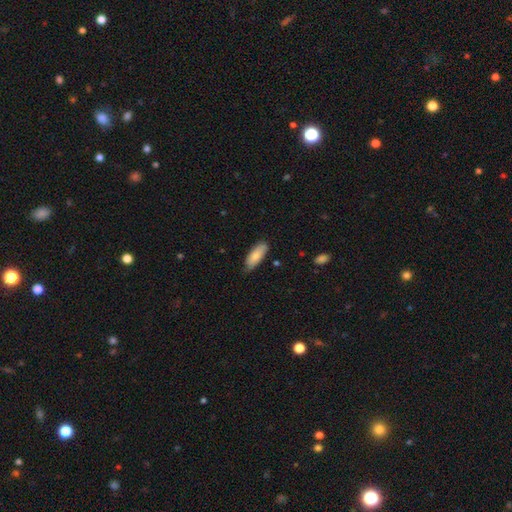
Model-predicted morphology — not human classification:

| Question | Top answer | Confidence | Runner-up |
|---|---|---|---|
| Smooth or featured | smooth | 80% | featured or disk (14%) |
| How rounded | in between | 71% | cigar-shaped (27%) |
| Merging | none | 77% | minor disturbance (19%) |